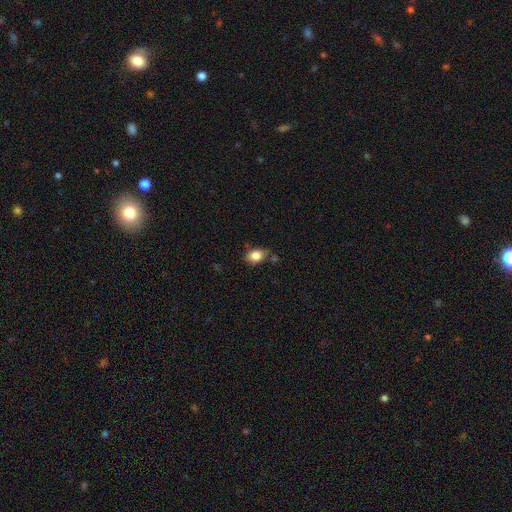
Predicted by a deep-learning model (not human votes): smooth_or_featured: smooth (p=0.82) [alt: featured or disk p=0.09]
how_rounded: in between (p=0.73) [alt: round p=0.25]
merging: none (p=0.67) [alt: minor disturbance p=0.22]